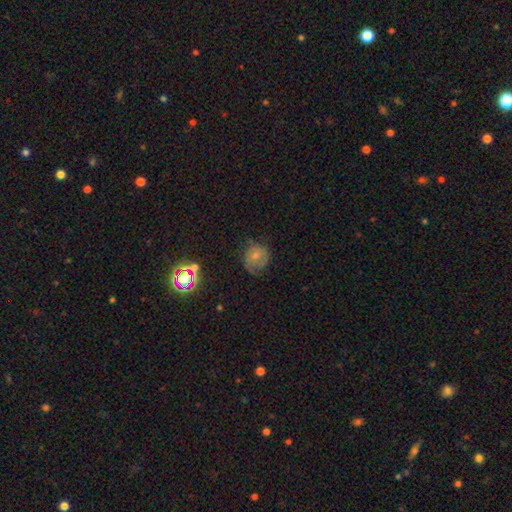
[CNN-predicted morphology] Smooth or featured: smooth — 50% (featured or disk — 37%)
How rounded: round — 78% (in between — 21%)
Merging: none — 55% (minor disturbance — 29%)